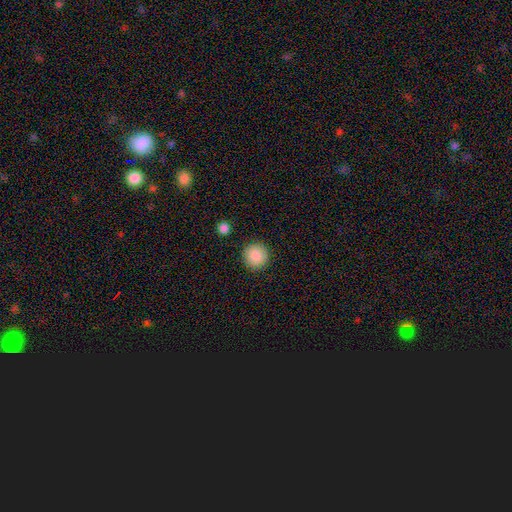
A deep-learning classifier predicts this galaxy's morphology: smooth-or-featured: smooth: 88% | star or artifact: 8% | featured or disk: 4%
  how-rounded: round: 94% | in between: 5% | cigar-shaped: 1%
  merging: none: 91% | minor disturbance: 6% | major disturbance: 2% | merger: 2%